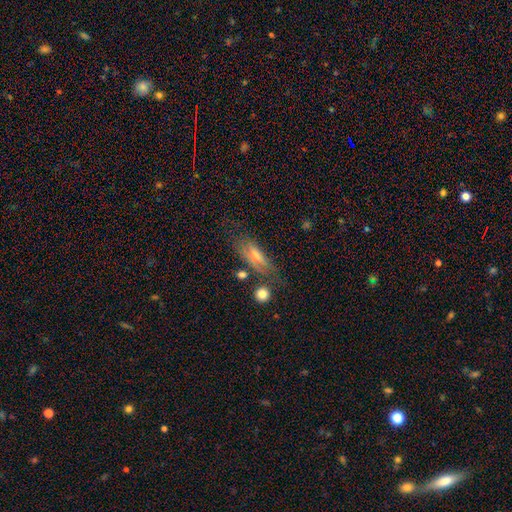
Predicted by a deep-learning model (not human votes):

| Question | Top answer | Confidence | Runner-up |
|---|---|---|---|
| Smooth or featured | smooth | 48% | featured or disk (42%) |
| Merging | none | 61% | minor disturbance (23%) |